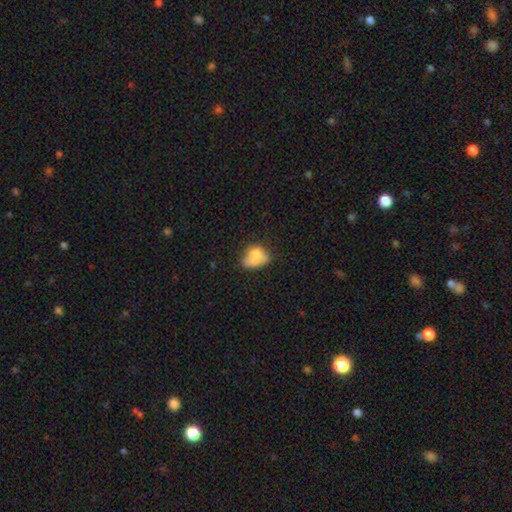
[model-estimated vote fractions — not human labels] This is likely a smooth galaxy (66%). How rounded: likely in between (67%). Merging: marginally merger (36%).